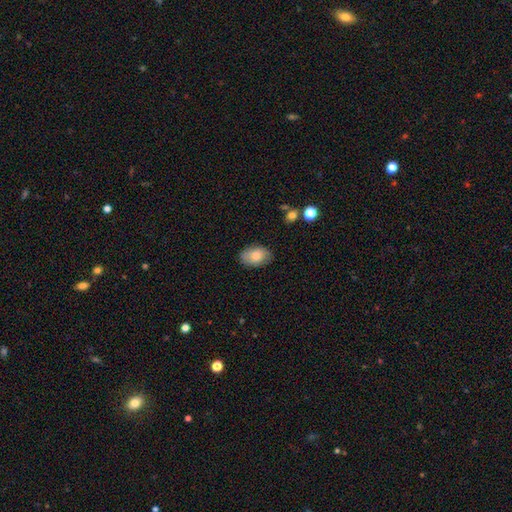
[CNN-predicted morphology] Smooth or featured? smooth (79%)
How rounded? in between (88%)
Merging? none (80%)